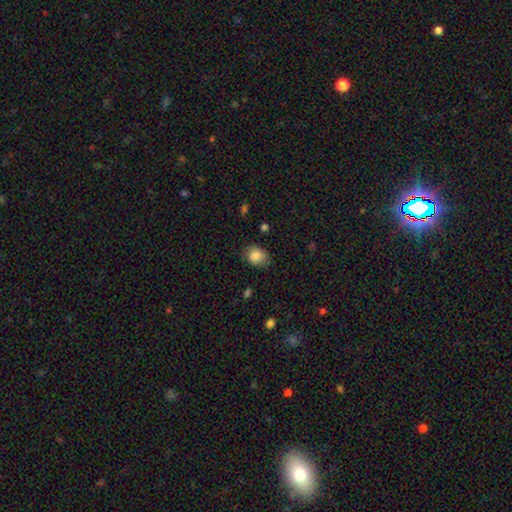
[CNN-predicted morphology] Overall: smooth (85%). How rounded: in between (53%; round 46%). Merging: none (71%).